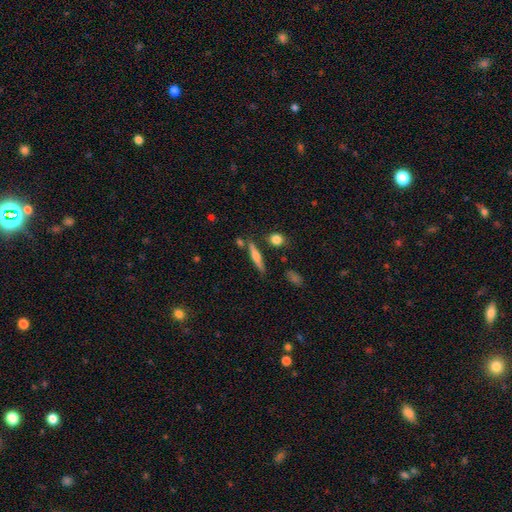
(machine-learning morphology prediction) type=featured or disk (47%); merging=none (79%).